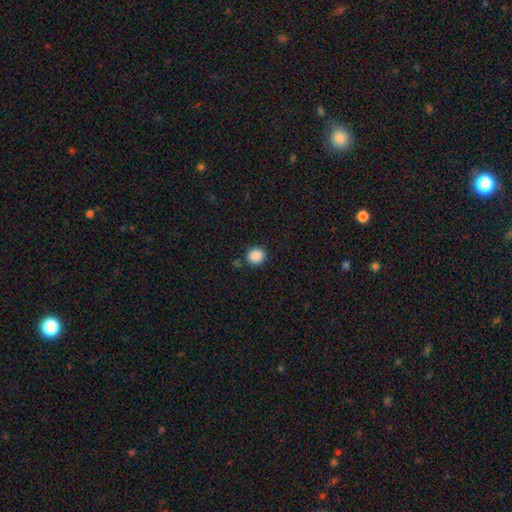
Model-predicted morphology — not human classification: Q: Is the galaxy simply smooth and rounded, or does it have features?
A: smooth — 88%.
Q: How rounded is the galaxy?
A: round — 80%.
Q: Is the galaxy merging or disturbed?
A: none — 81%.